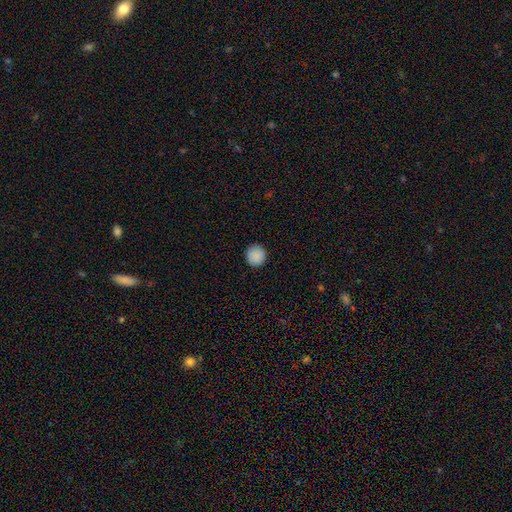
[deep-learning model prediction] Smooth or featured?
  - smooth: 90% *
  - star or artifact: 8%
  - featured or disk: 3%
How rounded?
  - round: 95% *
  - in between: 4%
  - cigar-shaped: 1%
Merging?
  - none: 92% *
  - minor disturbance: 5%
  - major disturbance: 2%
  - merger: 1%